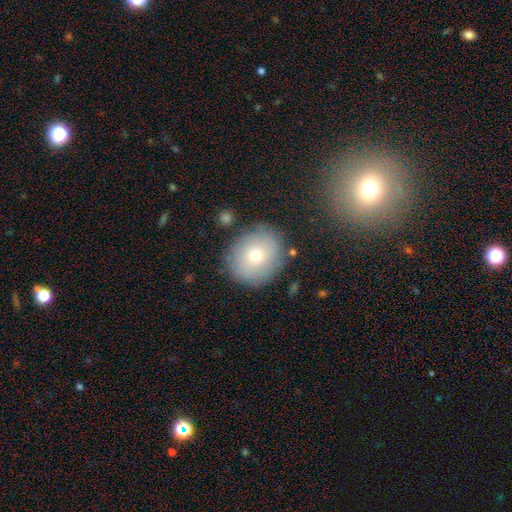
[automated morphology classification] smooth 69%, featured or disk 21%, star or artifact 10%. Down the decision tree: how rounded — round (76%); merging — none (83%).